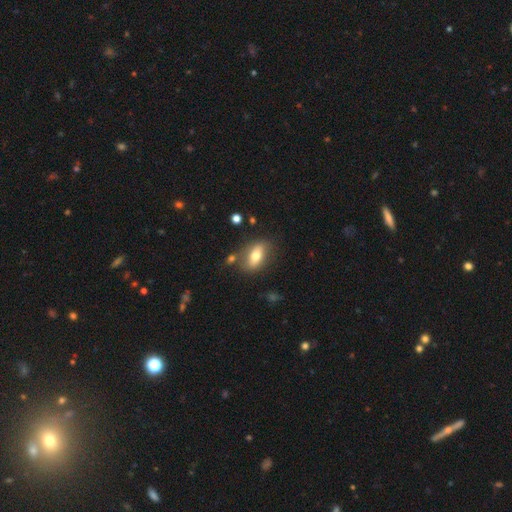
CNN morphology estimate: Smooth or featured: smooth — 62% (featured or disk — 30%)
How rounded: in between — 81% (cigar-shaped — 10%)
Merging: none — 74% (minor disturbance — 15%)